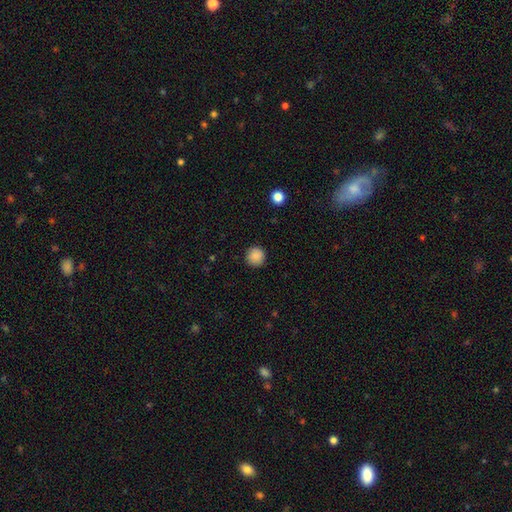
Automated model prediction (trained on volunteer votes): Overall: smooth (87%). How rounded: round (95%). Merging: none (89%).